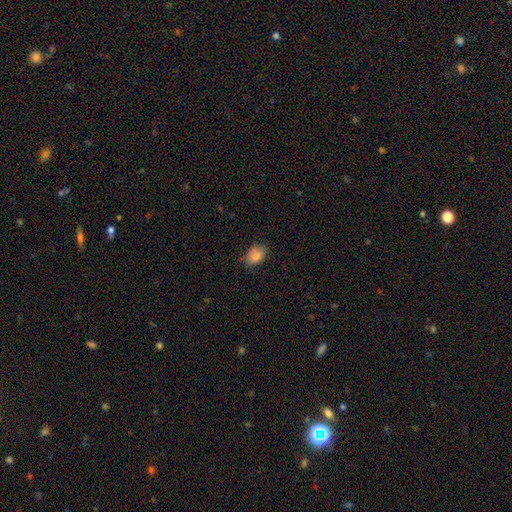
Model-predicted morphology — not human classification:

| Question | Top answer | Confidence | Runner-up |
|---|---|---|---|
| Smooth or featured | smooth | 85% | star or artifact (8%) |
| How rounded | in between | 83% | round (16%) |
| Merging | none | 79% | minor disturbance (17%) |